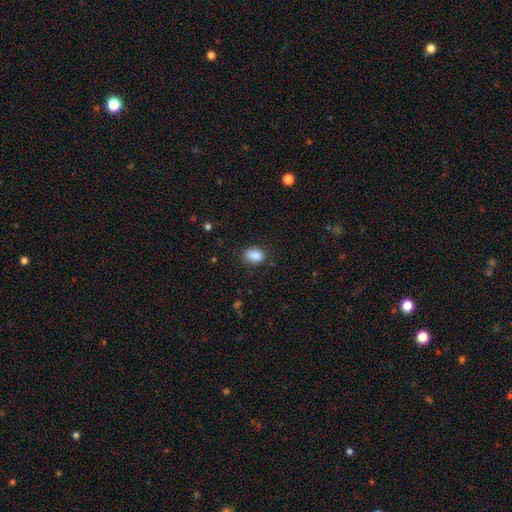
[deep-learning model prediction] A smooth galaxy with no disk features (86%) that is in between round and cigar-shaped (78%).

Vote fractions:
- Smooth or featured? smooth: 86% / star or artifact: 9% / featured or disk: 5%
- How rounded? in between: 78% / round: 21% / cigar-shaped: 1%
- Merging? none: 77% / minor disturbance: 18% / major disturbance: 4% / merger: 2%